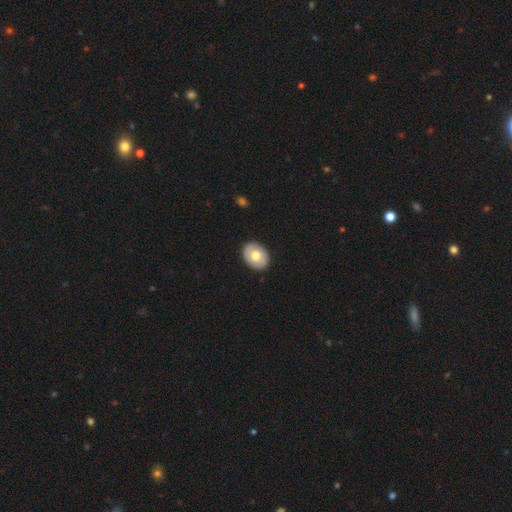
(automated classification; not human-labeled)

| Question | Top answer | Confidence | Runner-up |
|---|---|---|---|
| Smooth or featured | smooth | 66% | featured or disk (28%) |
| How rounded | in between | 61% | round (38%) |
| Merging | none | 89% | minor disturbance (8%) |